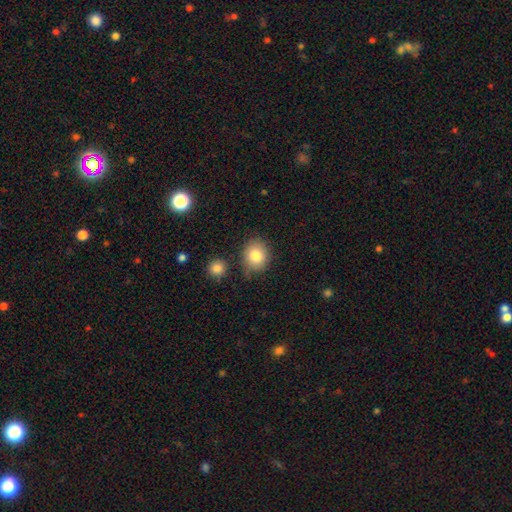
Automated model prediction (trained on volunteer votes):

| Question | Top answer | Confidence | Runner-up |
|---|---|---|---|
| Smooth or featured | smooth | 82% | star or artifact (9%) |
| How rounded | round | 63% | in between (36%) |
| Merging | none | 73% | minor disturbance (17%) |